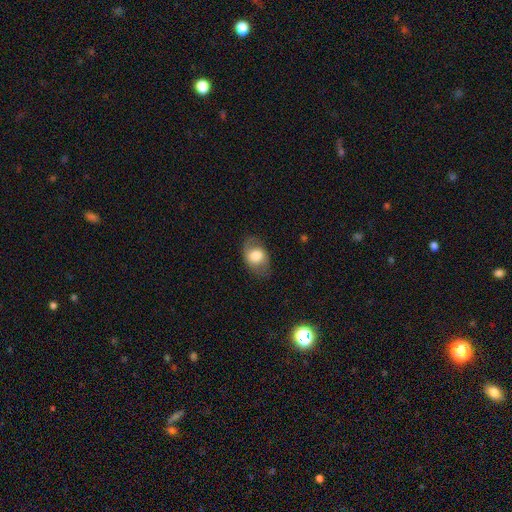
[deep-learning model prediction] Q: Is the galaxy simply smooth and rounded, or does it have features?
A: smooth — 65%.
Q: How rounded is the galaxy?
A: in between — 70%.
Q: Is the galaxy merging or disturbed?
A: none — 72%.